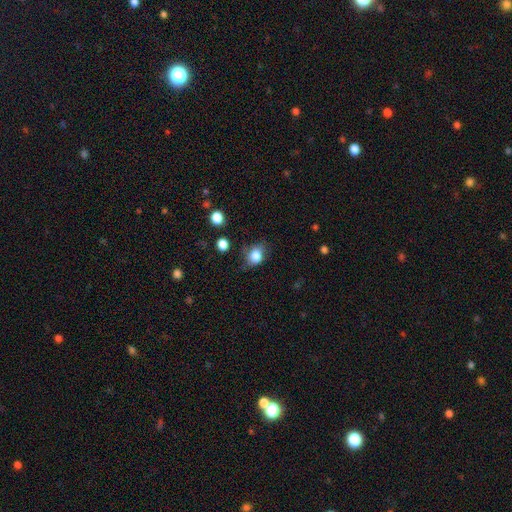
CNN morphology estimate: smooth_or_featured: smooth (p=0.81) [alt: star or artifact p=0.10]
how_rounded: round (p=0.49) [tied with: in between p=0.49]
merging: none (p=0.60) [alt: minor disturbance p=0.28]